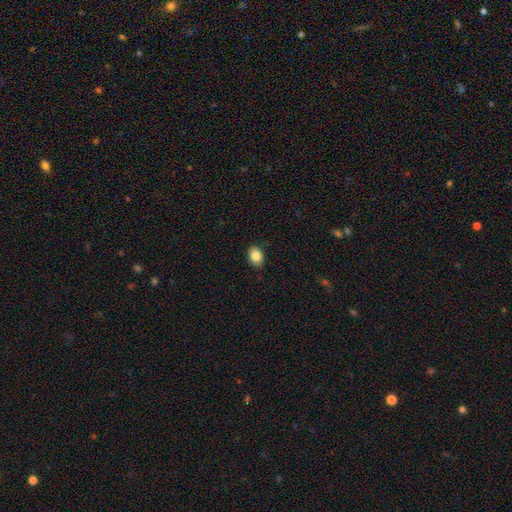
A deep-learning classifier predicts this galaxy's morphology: smooth-or-featured: smooth: 84% | star or artifact: 8% | featured or disk: 7%
  how-rounded: in between: 77% | round: 22% | cigar-shaped: 1%
  merging: none: 86% | minor disturbance: 11% | major disturbance: 2% | merger: 1%